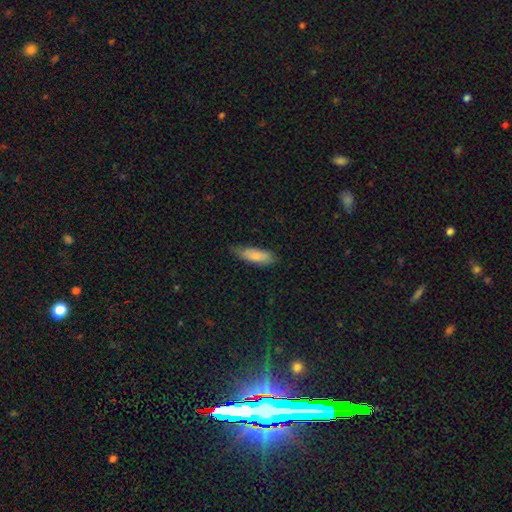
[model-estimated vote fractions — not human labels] Smooth or featured? smooth (81%)
How rounded? in between (57%)
Merging? none (69%)